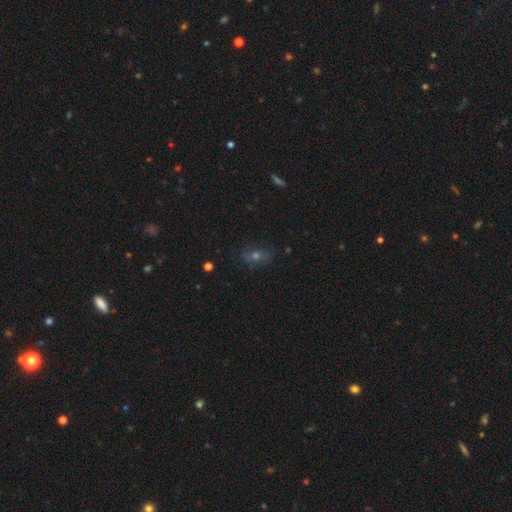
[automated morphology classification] This appears to be a smooth galaxy with no disk features (43%). Merging: none (78%).